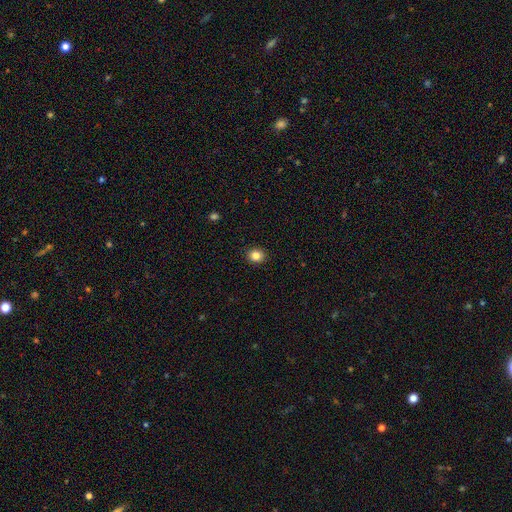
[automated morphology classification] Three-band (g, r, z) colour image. It shows a smooth galaxy with no disk features (84%) that is round (74%). Merging: none (92%).